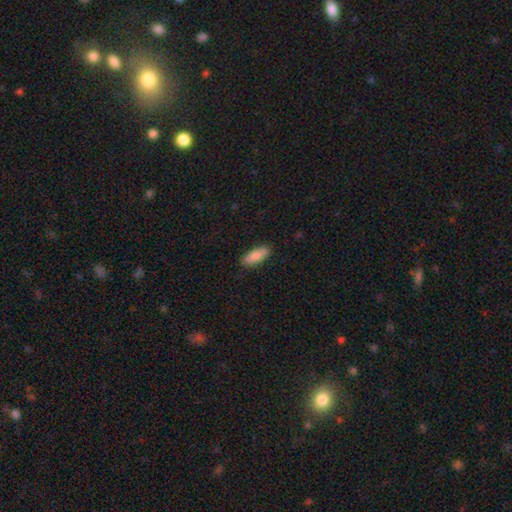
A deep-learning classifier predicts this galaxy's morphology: The model was most divided on "how rounded": in between: 72%, cigar-shaped: 26%, round: 2%. More confident: merging — none (87%); smooth or featured — smooth (83%).